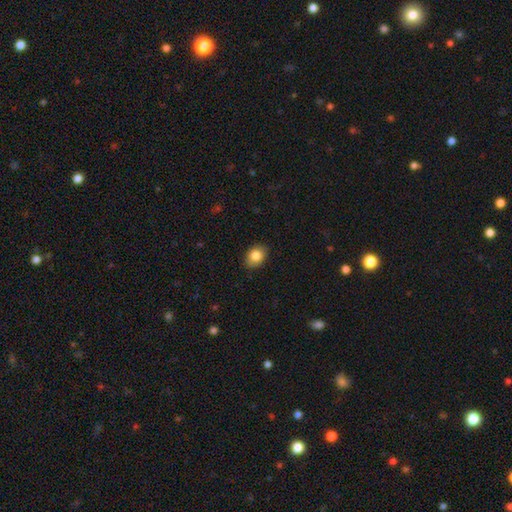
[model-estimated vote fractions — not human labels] The model was most divided on "how rounded": in between: 62%, round: 37%, cigar-shaped: 1%. More confident: merging — none (87%); smooth or featured — smooth (85%).